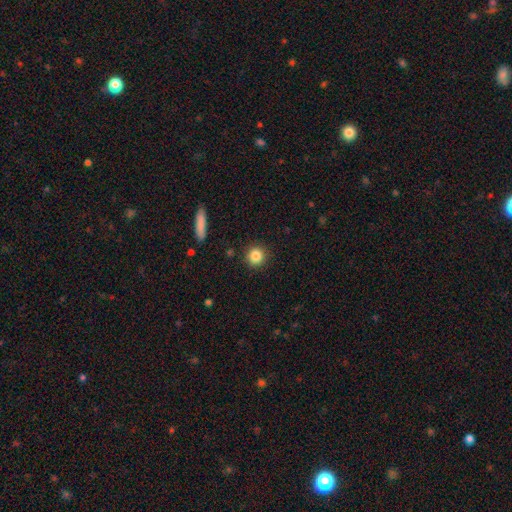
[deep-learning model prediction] smooth 85%, star or artifact 9%, featured or disk 5%. Down the decision tree: how rounded — round (92%); merging — none (90%).